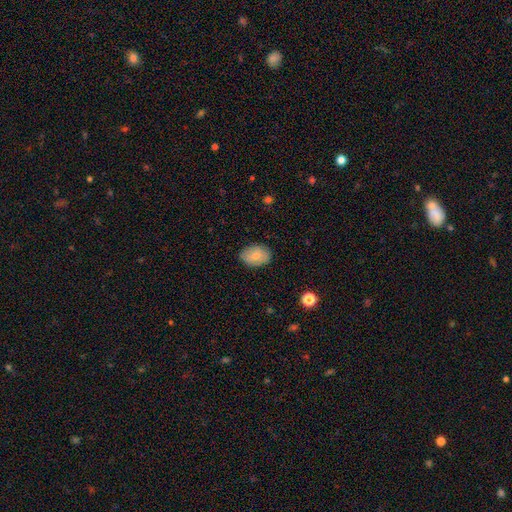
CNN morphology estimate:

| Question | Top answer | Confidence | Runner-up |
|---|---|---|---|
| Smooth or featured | smooth | 79% | featured or disk (14%) |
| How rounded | in between | 81% | round (18%) |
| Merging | none | 84% | minor disturbance (13%) |